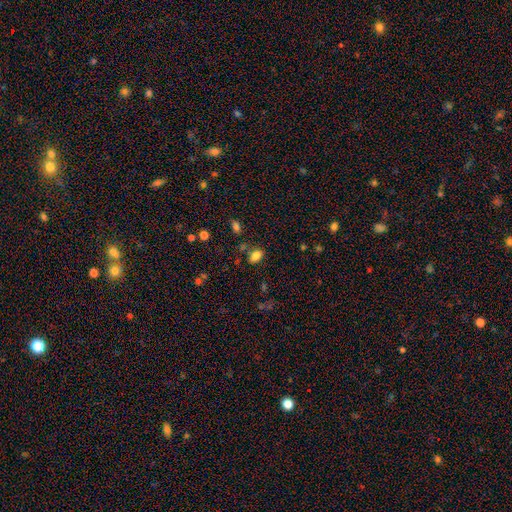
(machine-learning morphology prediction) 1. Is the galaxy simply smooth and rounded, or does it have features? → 82% smooth, 12% star or artifact, 6% featured or disk.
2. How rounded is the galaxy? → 88% in between, 10% round, 3% cigar-shaped.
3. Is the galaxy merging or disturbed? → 77% none, 14% minor disturbance, 5% merger, 4% major disturbance.